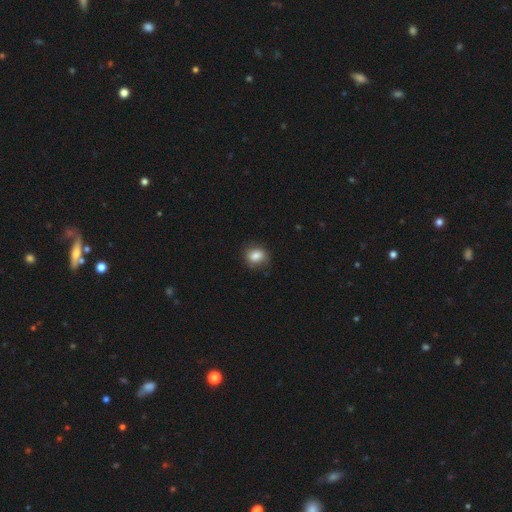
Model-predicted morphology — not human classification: Overall: smooth (82%). How rounded: round (53%; in between 45%). Merging: none (81%).